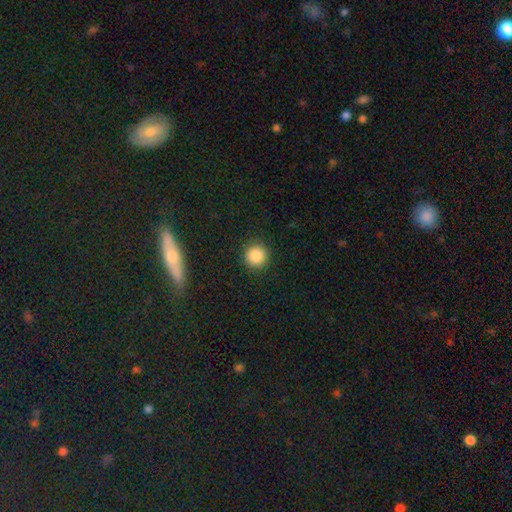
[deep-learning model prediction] smooth_or_featured: smooth (p=0.86) [alt: star or artifact p=0.10]
how_rounded: round (p=0.94) [alt: in between p=0.05]
merging: none (p=0.91) [alt: minor disturbance p=0.06]